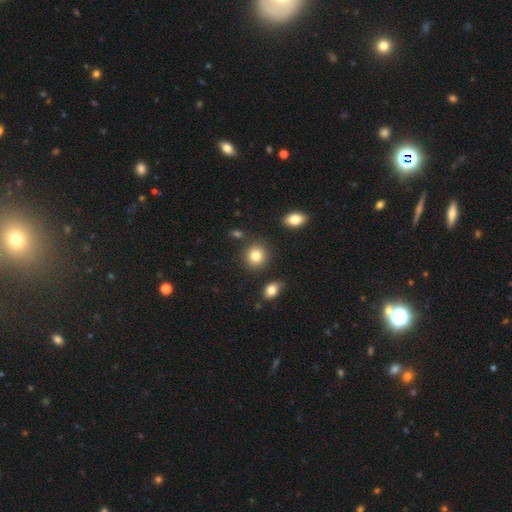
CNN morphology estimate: type=smooth (84%); roundness=round (85%); merging=none (85%).